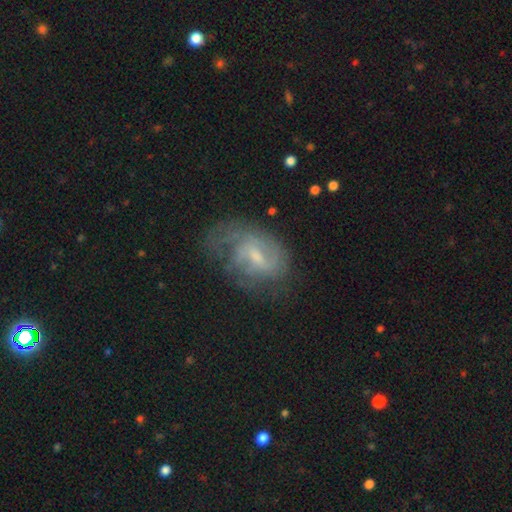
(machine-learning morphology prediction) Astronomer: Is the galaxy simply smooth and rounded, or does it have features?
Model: featured or disk — 69%.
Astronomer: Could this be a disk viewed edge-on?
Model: no — 96%.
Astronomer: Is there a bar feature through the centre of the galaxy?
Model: weak — 57%.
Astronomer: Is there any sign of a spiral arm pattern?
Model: yes — 80%.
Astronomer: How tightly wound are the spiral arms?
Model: medium — 41% (runner-up: tight, 36%).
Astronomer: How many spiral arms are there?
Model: can't tell — 38% (runner-up: 2, 33%).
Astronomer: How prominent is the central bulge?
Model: small — 47% (runner-up: moderate, 37%).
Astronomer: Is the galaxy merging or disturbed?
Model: none — 47% (runner-up: minor disturbance, 27%).